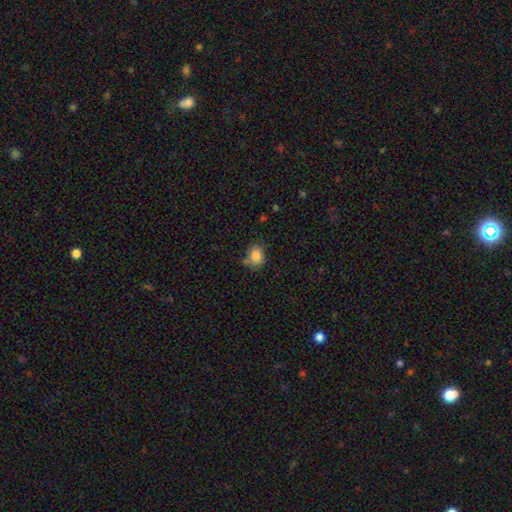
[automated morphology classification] smooth-or-featured: smooth: 84% | star or artifact: 10% | featured or disk: 6%
  how-rounded: in between: 50% | round: 48% | cigar-shaped: 1%
  merging: none: 65% | minor disturbance: 20% | merger: 10% | major disturbance: 5%